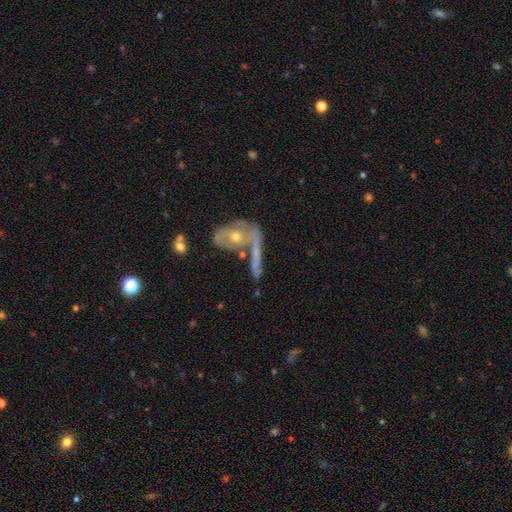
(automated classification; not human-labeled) Smooth or featured: featured or disk — 55% (smooth — 34%)
Edge-on disk: no — 57% (yes — 43%)
Merging: none — 40% (merger — 38%)